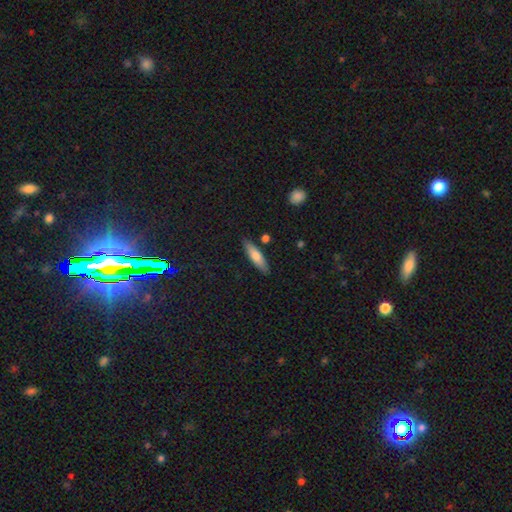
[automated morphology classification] This is likely a smooth galaxy (68%). How rounded: likely cigar-shaped (71%). Merging: clearly none (86%).